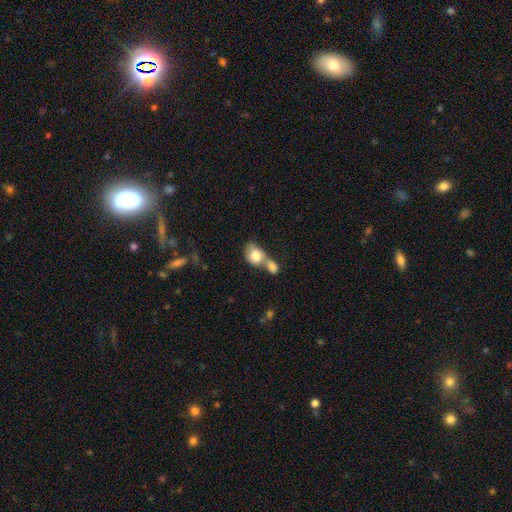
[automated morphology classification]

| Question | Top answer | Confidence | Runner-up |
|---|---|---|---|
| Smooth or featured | smooth | 78% | featured or disk (15%) |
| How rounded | in between | 57% | round (42%) |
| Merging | merger | 72% | none (15%) |